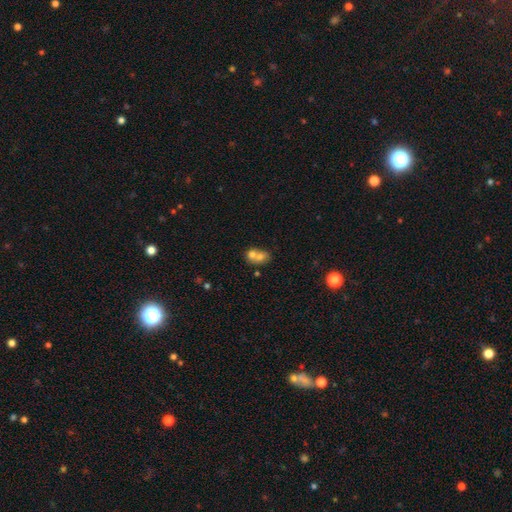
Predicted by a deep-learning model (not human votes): Q: Smooth or featured?
A: smooth (68%); runner-up: featured or disk (21%)
Q: How rounded?
A: round (50%); runner-up: in between (49%)
Q: Merging?
A: merger (66%); runner-up: none (24%)